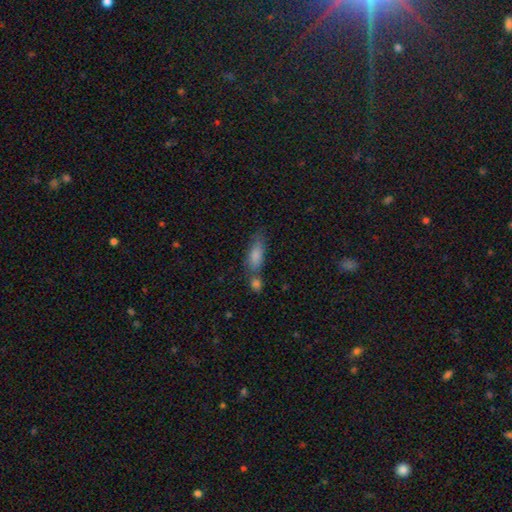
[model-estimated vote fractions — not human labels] A smooth galaxy with no disk features (80%) that is in between round and cigar-shaped (70%).

Vote fractions:
- Smooth or featured? smooth: 80% / featured or disk: 12% / star or artifact: 8%
- How rounded? in between: 70% / cigar-shaped: 26% / round: 4%
- Merging? none: 46% / merger: 30% / minor disturbance: 17% / major disturbance: 6%